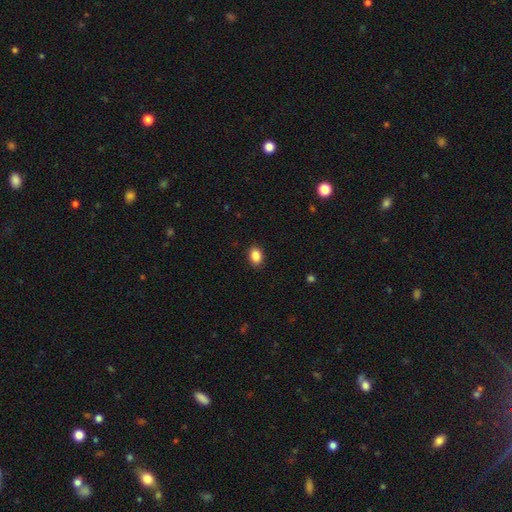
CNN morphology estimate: A smooth galaxy with no disk features (87%) that is in between round and cigar-shaped (73%). Merging: none (90%).